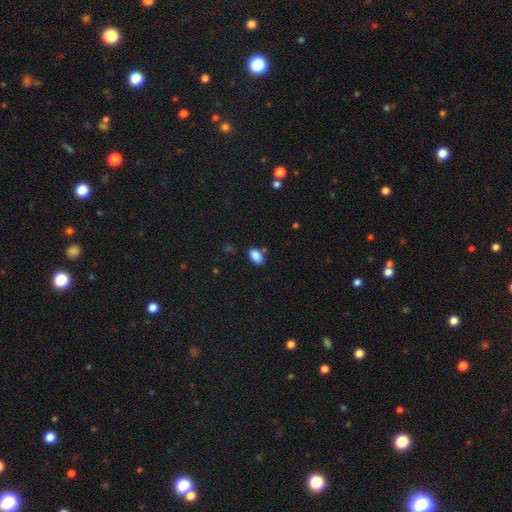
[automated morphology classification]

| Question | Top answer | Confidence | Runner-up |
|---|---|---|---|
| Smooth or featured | smooth | 87% | star or artifact (9%) |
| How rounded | in between | 90% | round (8%) |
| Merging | none | 78% | minor disturbance (14%) |